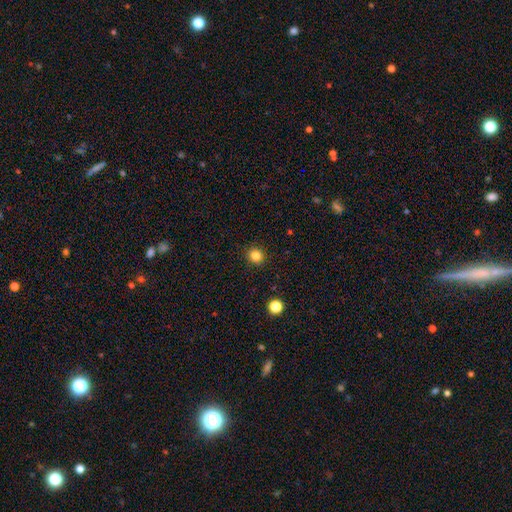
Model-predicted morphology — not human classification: smooth 83%, star or artifact 12%, featured or disk 4%. Down the decision tree: how rounded — round (91%); merging — none (92%).